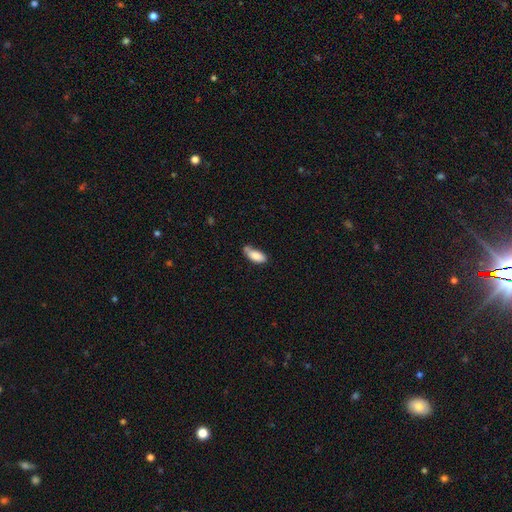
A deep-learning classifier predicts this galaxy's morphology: This is clearly a smooth galaxy (84%). How rounded: clearly in between (83%). Merging: possibly none (49%).